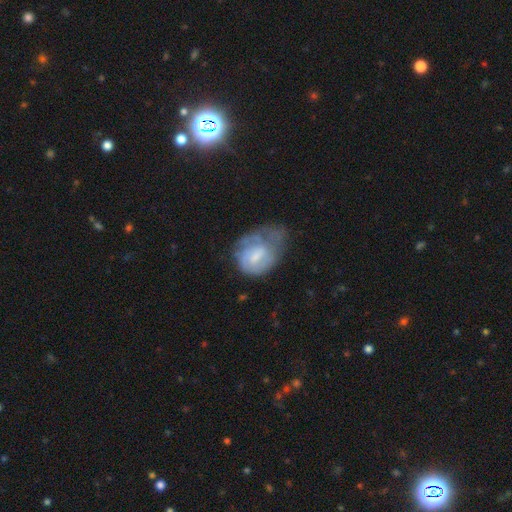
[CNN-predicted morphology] This is possibly a featured or disk galaxy (54%). It is clearly not viewed edge-on (97%). Bar: possibly weak (49%). Spiral arm pattern: likely yes (66%). Central bulge: marginally small (40%). Merging: marginally major disturbance (36%).